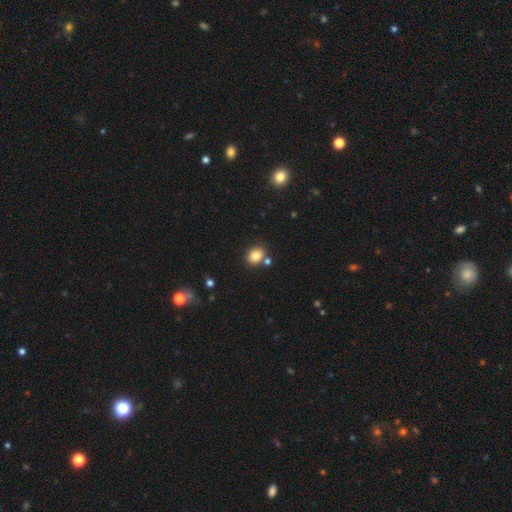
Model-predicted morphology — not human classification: smooth 83%, star or artifact 10%, featured or disk 6%. Down the decision tree: how rounded — in between (54%); merging — none (75%).